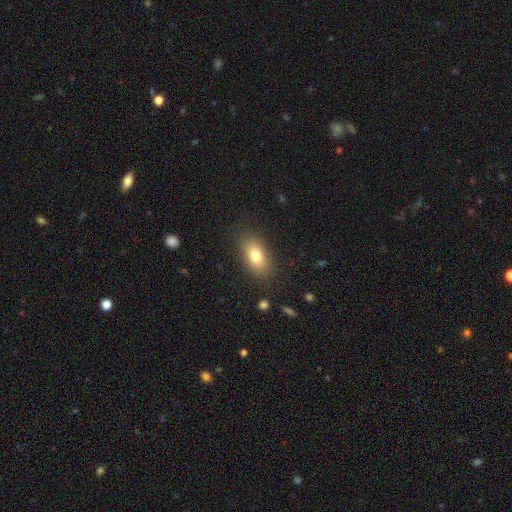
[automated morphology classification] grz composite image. It shows a smooth galaxy with no disk features (78%) that is in between round and cigar-shaped (88%). Merging: none (84%).